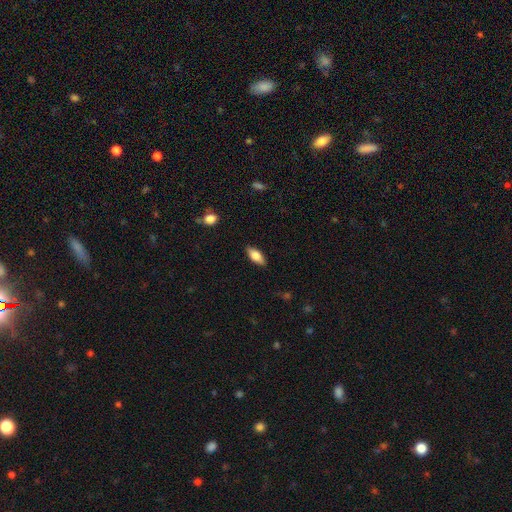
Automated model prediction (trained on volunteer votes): smooth 75%, featured or disk 19%, star or artifact 6%. Down the decision tree: how rounded — in between (82%); merging — none (86%).